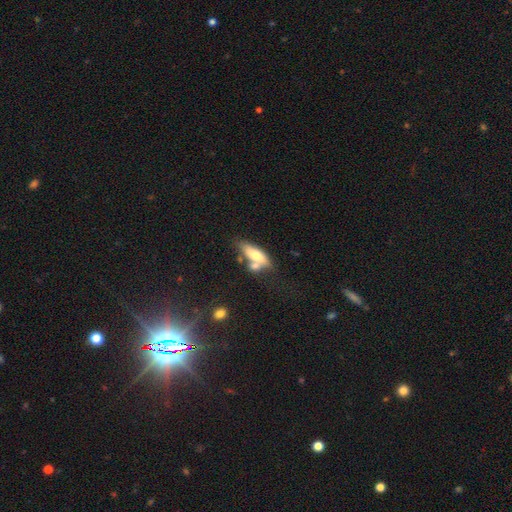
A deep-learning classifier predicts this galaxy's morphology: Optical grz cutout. It shows a smooth galaxy with no disk features (64%) that is in between round and cigar-shaped (59%). Merging: none (41%).